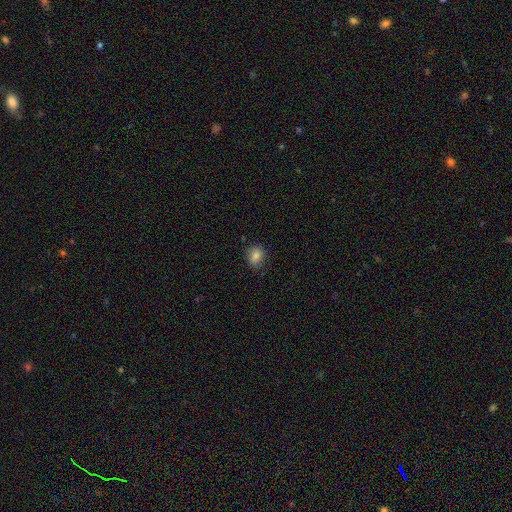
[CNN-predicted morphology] Overall: smooth (83%). How rounded: round (51%; in between 48%). Merging: none (80%).